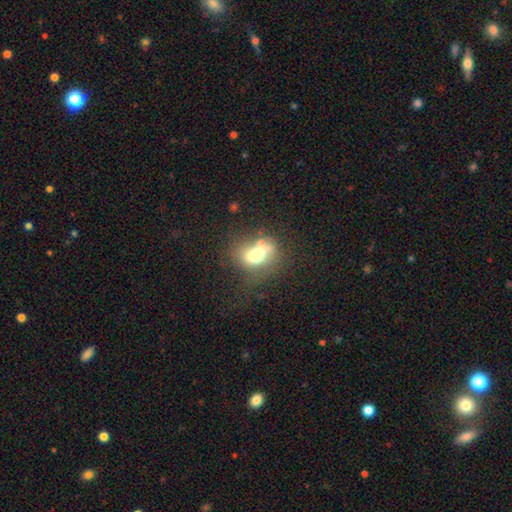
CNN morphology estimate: Q: Smooth or featured?
A: smooth (57%); runner-up: featured or disk (30%)
Q: How rounded?
A: in between (64%); runner-up: round (33%)
Q: Merging?
A: none (37%); runner-up: minor disturbance (24%)